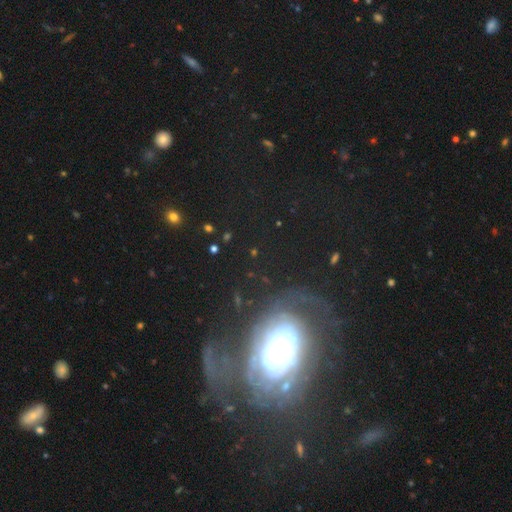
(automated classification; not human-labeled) Overall: featured or disk (66%). Edge-on disk: no (94%). Bar: no (75%). Spiral arms: yes (67%; no 33%). Bulge size: moderate (38%; large 25%). Merging: none (53%; major disturbance 28%).